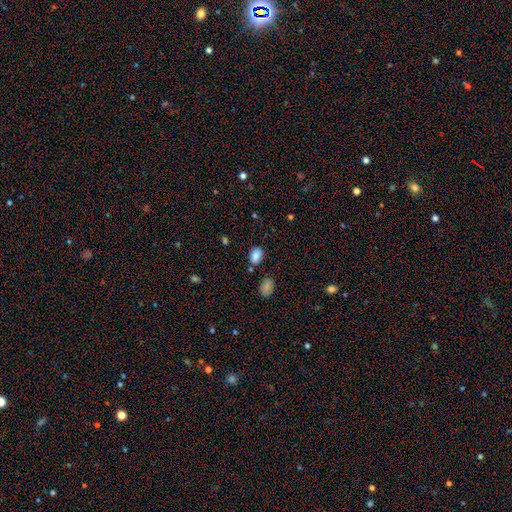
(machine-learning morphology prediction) smooth-or-featured: smooth: 85% | star or artifact: 10% | featured or disk: 5%
  how-rounded: in between: 78% | round: 21% | cigar-shaped: 1%
  merging: none: 76% | minor disturbance: 14% | merger: 6% | major disturbance: 4%